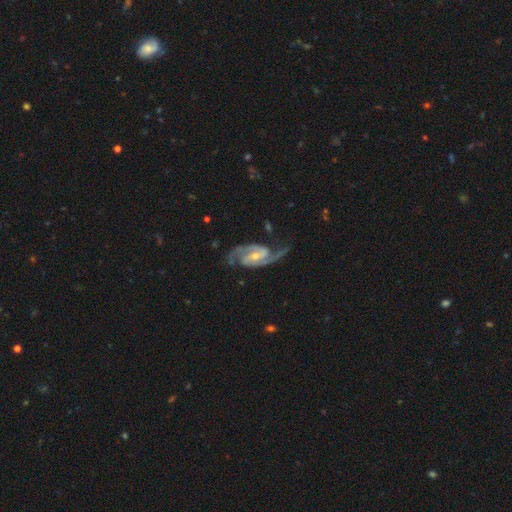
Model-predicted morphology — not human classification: featured or disk 93%, star or artifact 4%, smooth 3%. Down the decision tree: edge-on disk — no (97%); bar — weak (46%); spiral arms — yes (99%); spiral arm count — 2 (93%); spiral winding — medium (61%); bulge size — small (53%); merging — none (78%).